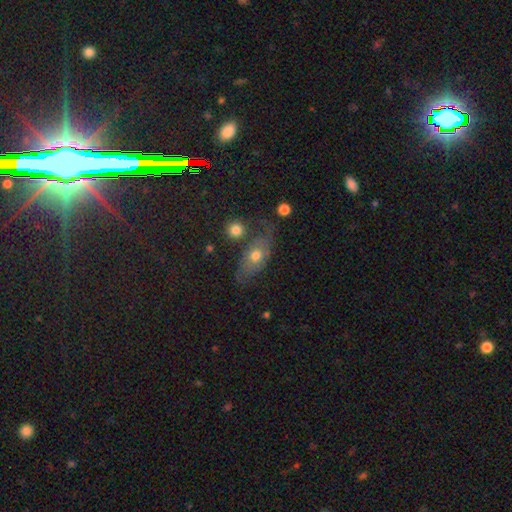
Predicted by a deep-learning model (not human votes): Smooth or featured: smooth — 52% (featured or disk — 38%)
How rounded: in between — 78% (round — 14%)
Merging: none — 53% (minor disturbance — 23%)